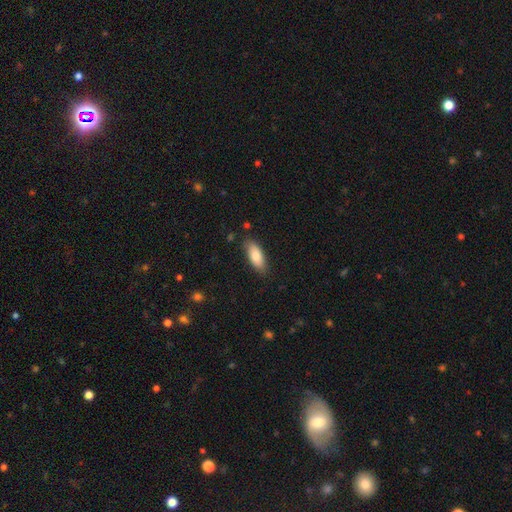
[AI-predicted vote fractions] A smooth galaxy with no disk features (81%) that is in between round and cigar-shaped (79%). Merging: none (81%).